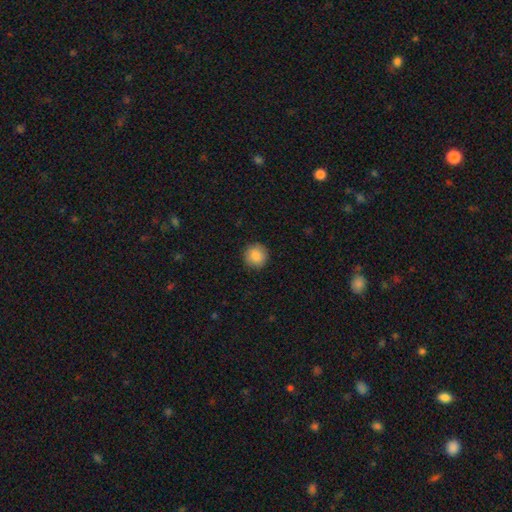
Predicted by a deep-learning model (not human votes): Morphology: type=smooth (86%); roundness=round (95%); merging=none (91%).